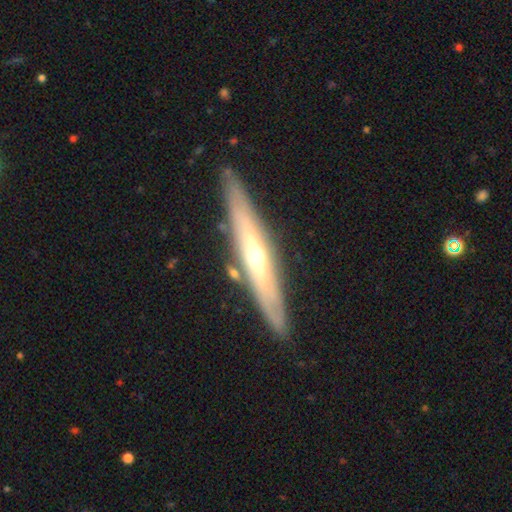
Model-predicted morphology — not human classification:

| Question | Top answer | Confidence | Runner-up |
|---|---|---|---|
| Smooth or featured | featured or disk | 71% | smooth (23%) |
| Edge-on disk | yes | 84% | no (16%) |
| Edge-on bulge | rounded | 81% | none (16%) |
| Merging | none | 85% | minor disturbance (10%) |